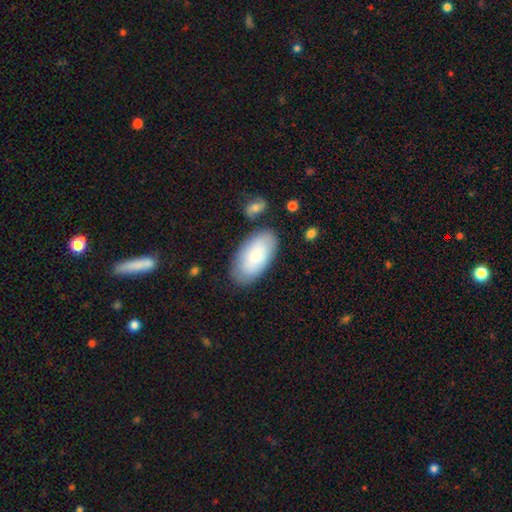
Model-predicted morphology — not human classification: Overall: smooth (79%). How rounded: in between (96%). Merging: none (78%).